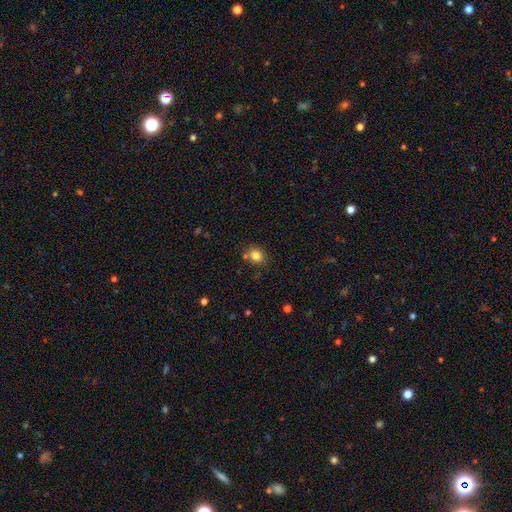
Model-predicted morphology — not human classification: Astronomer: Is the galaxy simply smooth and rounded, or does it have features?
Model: smooth — 82%.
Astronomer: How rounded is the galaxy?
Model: round — 67%.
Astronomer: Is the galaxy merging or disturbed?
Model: none — 75%.